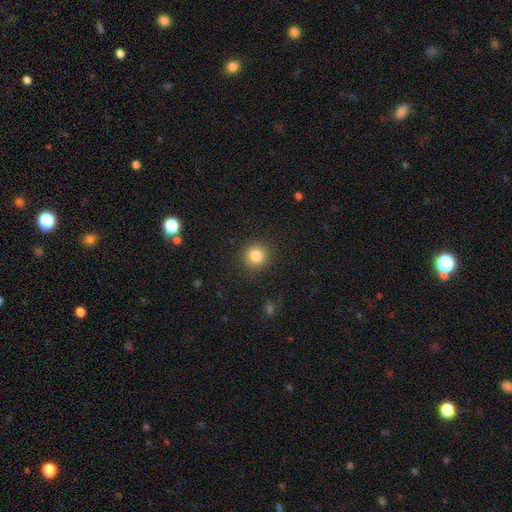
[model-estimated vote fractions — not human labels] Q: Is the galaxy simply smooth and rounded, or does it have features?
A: smooth — 84%.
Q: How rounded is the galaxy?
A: round — 93%.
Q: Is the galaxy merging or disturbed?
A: none — 90%.